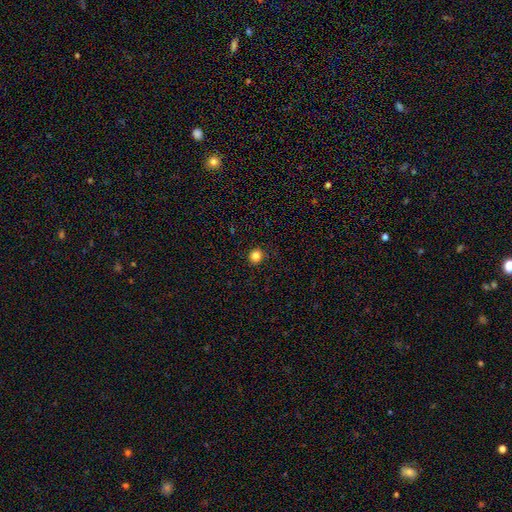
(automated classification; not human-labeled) This appears to be a smooth galaxy with no disk features (85%) that is round (84%). Merging: none (90%).